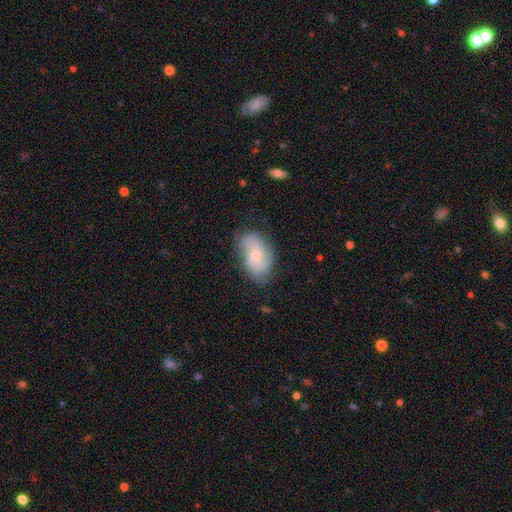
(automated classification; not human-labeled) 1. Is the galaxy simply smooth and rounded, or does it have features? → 46% smooth (tied), 46% featured or disk (tied), 8% star or artifact.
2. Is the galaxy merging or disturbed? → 59% none, 28% minor disturbance, 10% major disturbance, 3% merger.